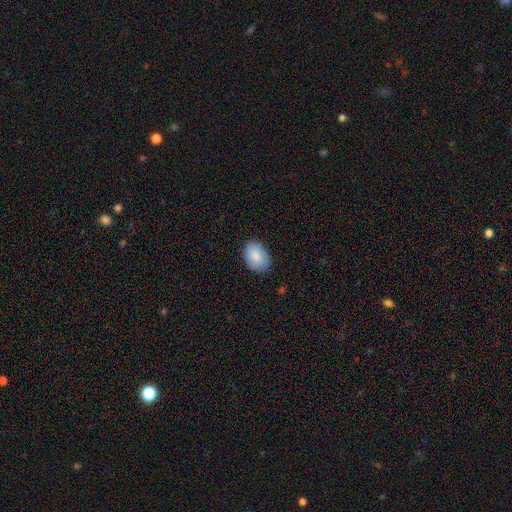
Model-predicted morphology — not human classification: smooth 88%, star or artifact 6%, featured or disk 6%. Down the decision tree: how rounded — in between (81%); merging — none (85%).